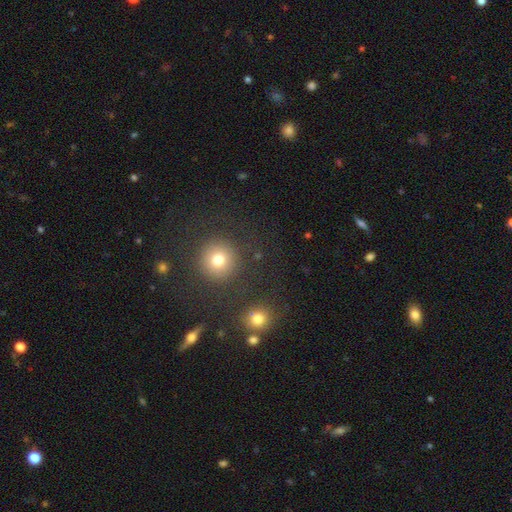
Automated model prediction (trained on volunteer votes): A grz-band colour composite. It shows a smooth galaxy with no disk features (58%) that is round (94%). Merging: none (85%).